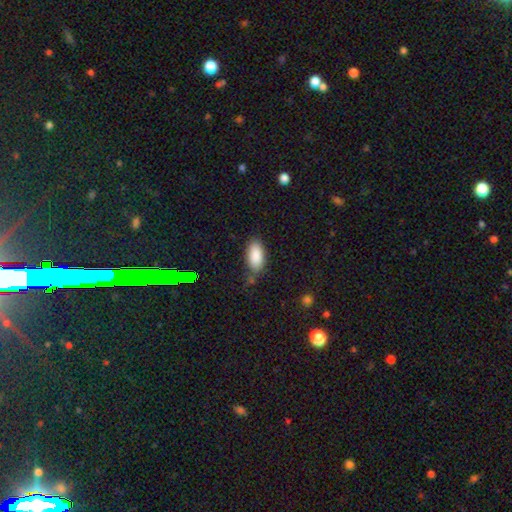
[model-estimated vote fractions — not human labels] A smooth galaxy with no disk features (88%) that is in between round and cigar-shaped (92%). Merging: none (75%).